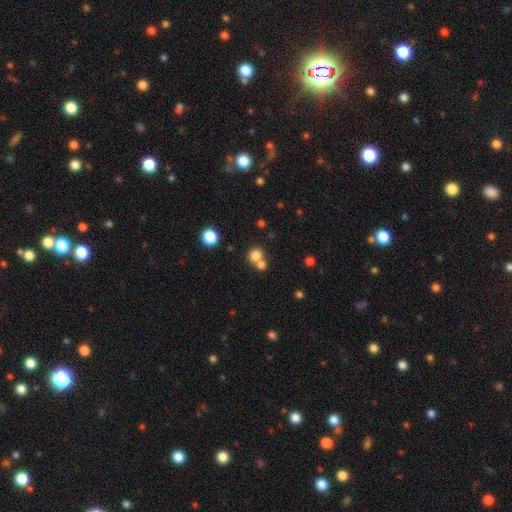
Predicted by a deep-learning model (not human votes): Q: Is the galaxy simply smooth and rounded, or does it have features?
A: smooth — 78%.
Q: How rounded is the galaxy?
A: round — 85%.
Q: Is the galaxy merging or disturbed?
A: none — 48%.